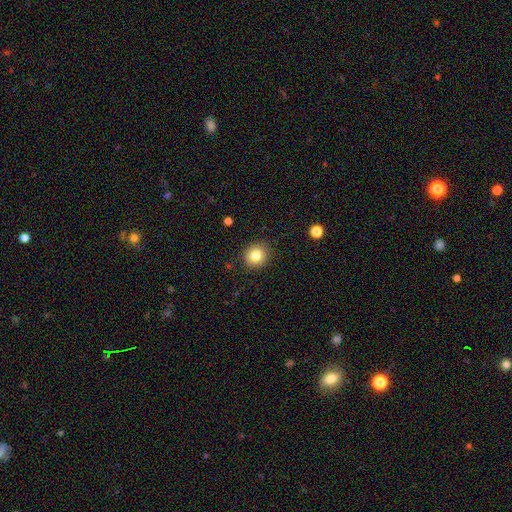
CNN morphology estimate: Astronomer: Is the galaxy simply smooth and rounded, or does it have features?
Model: smooth — 82%.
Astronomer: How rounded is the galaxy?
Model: round — 86%.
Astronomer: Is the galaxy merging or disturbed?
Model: none — 88%.